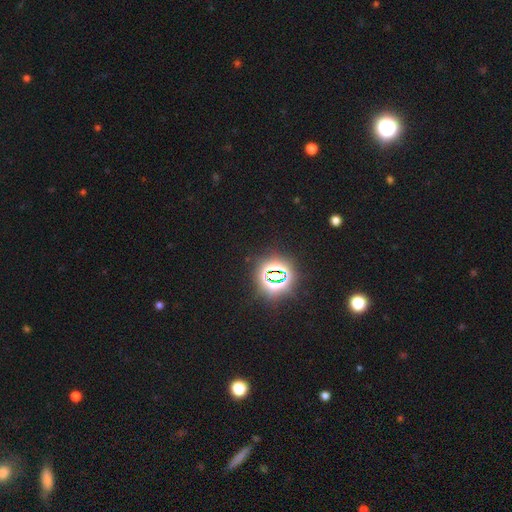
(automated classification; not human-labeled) Smooth or featured? star or artifact (83%)